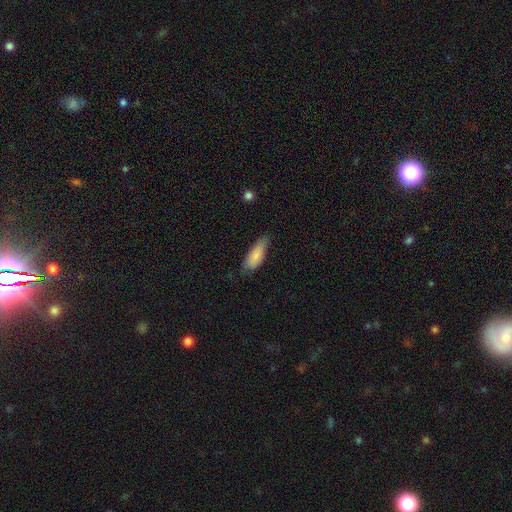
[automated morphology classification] Smooth or featured? Predicted: smooth (p=0.83). How rounded? Predicted: in between (p=0.66). Merging? Predicted: none (p=0.67).